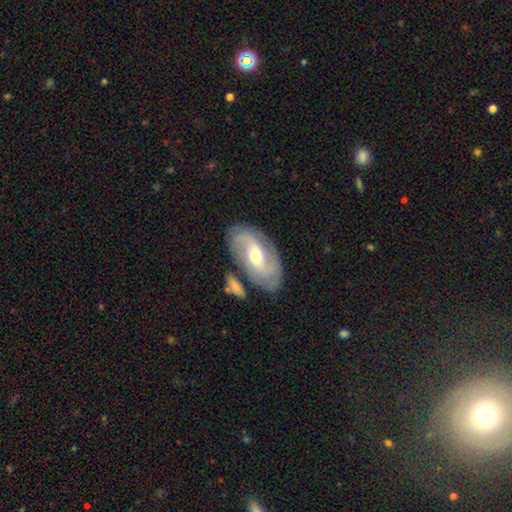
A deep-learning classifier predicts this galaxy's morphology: This appears to be a featured or disk galaxy (78%) with a weak bar (44%), 2 (72%) medium (43%) spiral arms (91%) and a moderate central bulge (64%). Merging: none (74%).